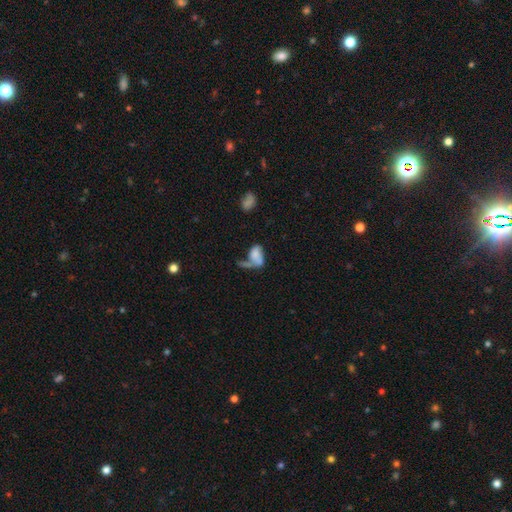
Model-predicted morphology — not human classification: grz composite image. It shows a smooth galaxy with no disk features (59%) that is in between round and cigar-shaped (87%). Merging: merger (35%).